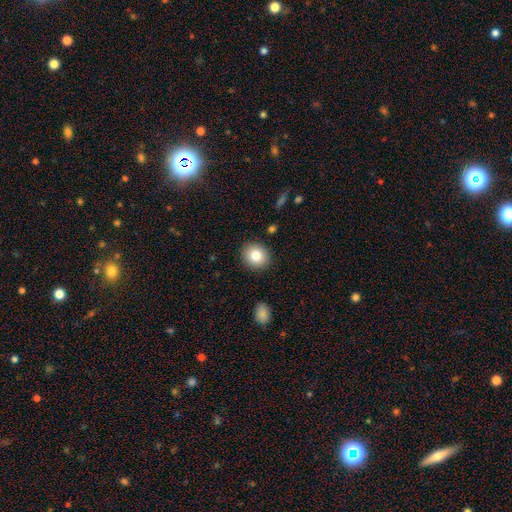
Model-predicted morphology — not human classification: The model was most divided on "how rounded": round: 77%, in between: 22%, cigar-shaped: 1%. More confident: merging — none (90%); smooth or featured — smooth (82%).